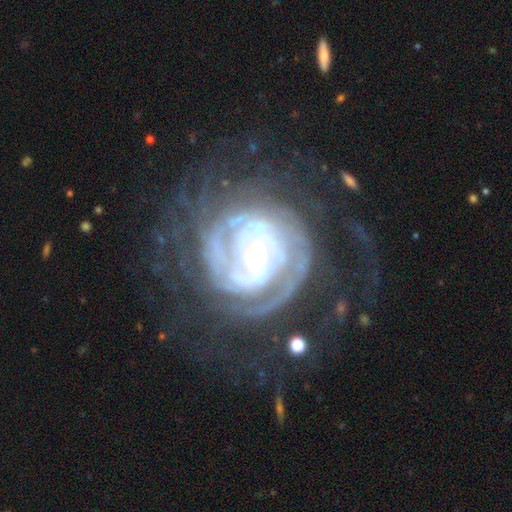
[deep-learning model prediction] Morphology: type=featured or disk (88%); edge-on=no (97%); bar=no (49%); spiral arms=yes (93%); winding=tight (69%); arm count=can't tell (34%); bulge=small (69%); merging=none (57%).